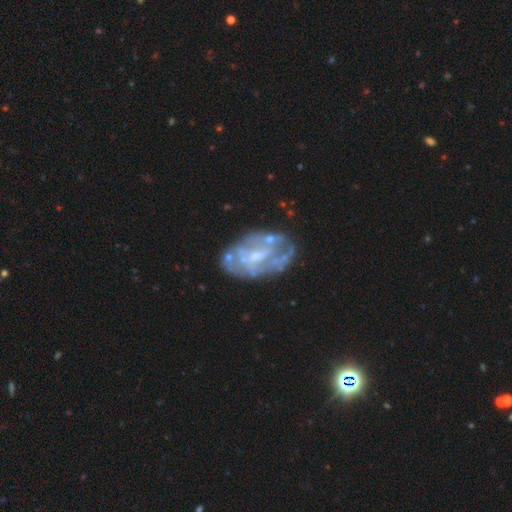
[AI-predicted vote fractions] The model was most divided on "spiral arms": no: 56%, yes: 44%. Remaining: edge-on disk — no (96%); smooth or featured — featured or disk (75%); merging — none (56%); bar — no (53%); bulge size — small (49%).